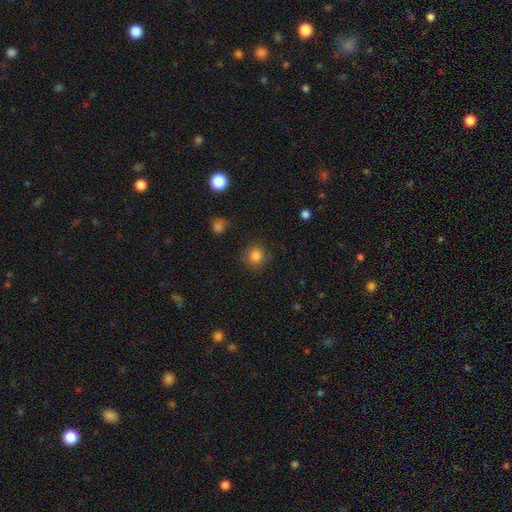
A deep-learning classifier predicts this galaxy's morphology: Smooth or featured? smooth (83%)
How rounded? round (91%)
Merging? none (86%)